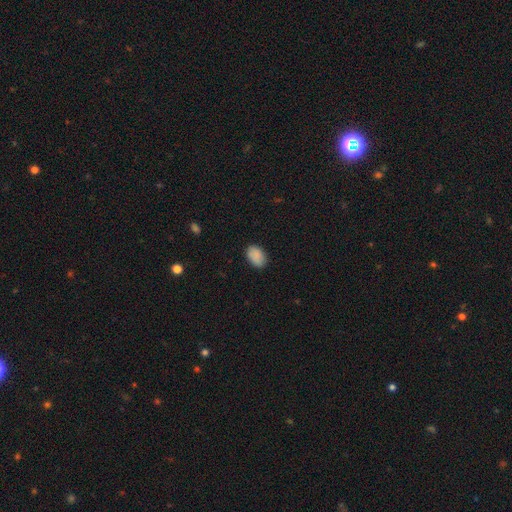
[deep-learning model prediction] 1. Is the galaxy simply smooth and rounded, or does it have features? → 88% smooth, 7% star or artifact, 5% featured or disk.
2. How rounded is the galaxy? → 86% in between, 12% round, 1% cigar-shaped.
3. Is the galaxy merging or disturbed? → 83% none, 13% minor disturbance, 3% major disturbance, 1% merger.